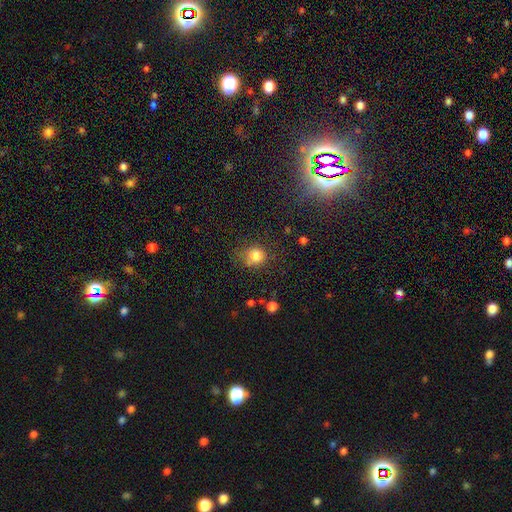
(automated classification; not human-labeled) Morphology: type=smooth (81%); roundness=round (81%); merging=none (68%).